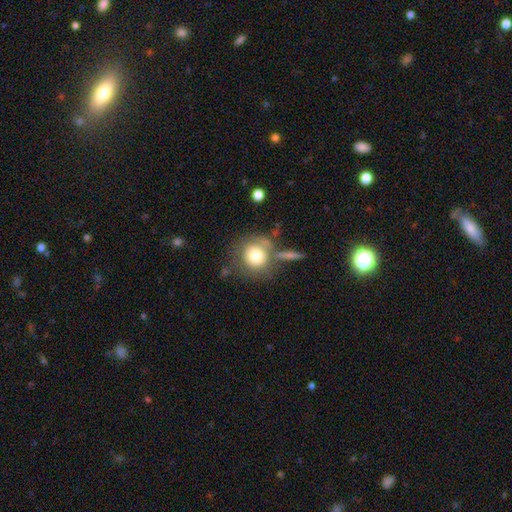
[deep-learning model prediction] Smooth or featured? Predicted: smooth (p=0.75). How rounded? Predicted: round (p=0.88). Merging? Predicted: none (p=0.58).